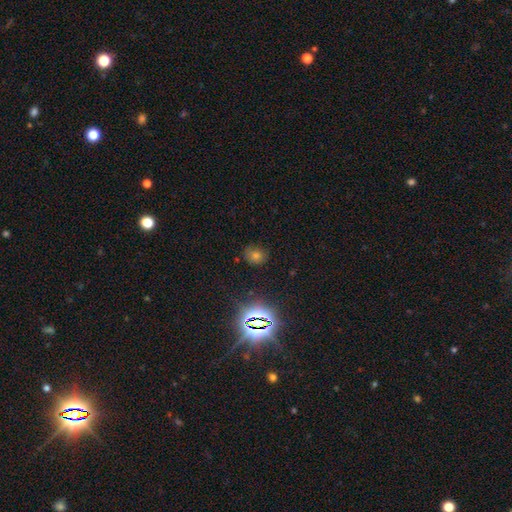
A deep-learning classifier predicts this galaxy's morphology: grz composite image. It shows a star or artifact, not a galaxy (47%).